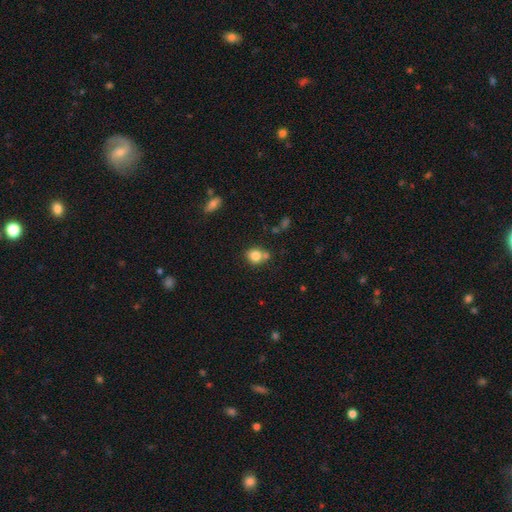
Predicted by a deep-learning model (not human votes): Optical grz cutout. It shows a smooth galaxy with no disk features (81%) that is round (75%). Merging: none (59%).